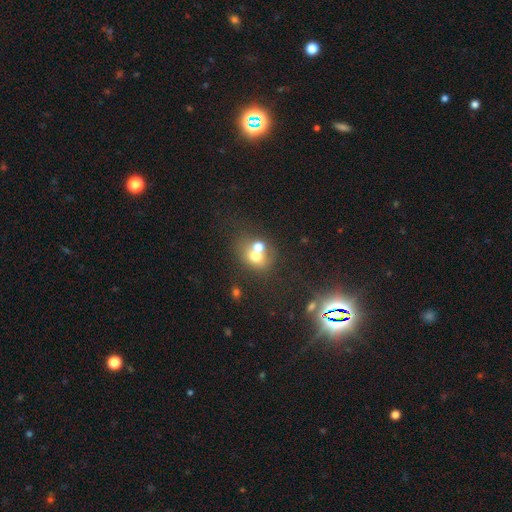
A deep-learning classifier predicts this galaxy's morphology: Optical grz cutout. It shows a smooth galaxy with no disk features (62%) that is round (60%). Merging: merger (56%).